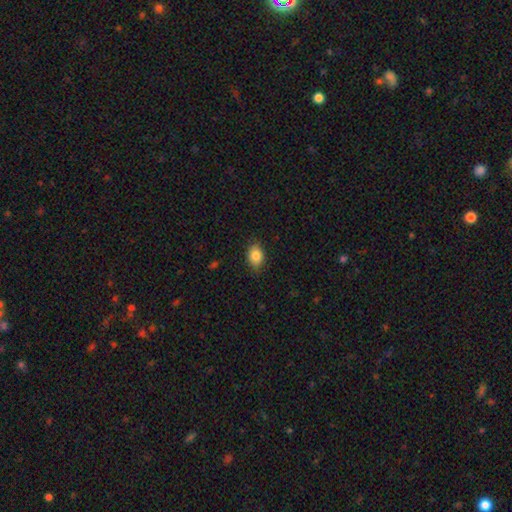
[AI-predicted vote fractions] Smooth or featured: smooth — 85% (star or artifact — 8%)
How rounded: in between — 82% (round — 17%)
Merging: none — 85% (minor disturbance — 11%)